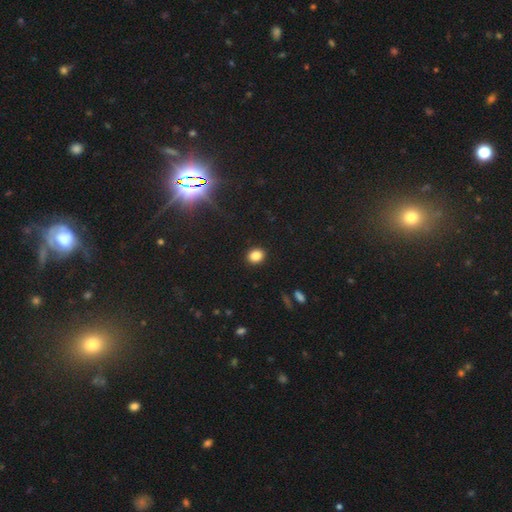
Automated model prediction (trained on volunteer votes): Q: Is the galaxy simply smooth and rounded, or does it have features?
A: smooth — 84%.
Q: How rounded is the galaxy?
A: round — 62%.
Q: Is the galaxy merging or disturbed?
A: none — 91%.